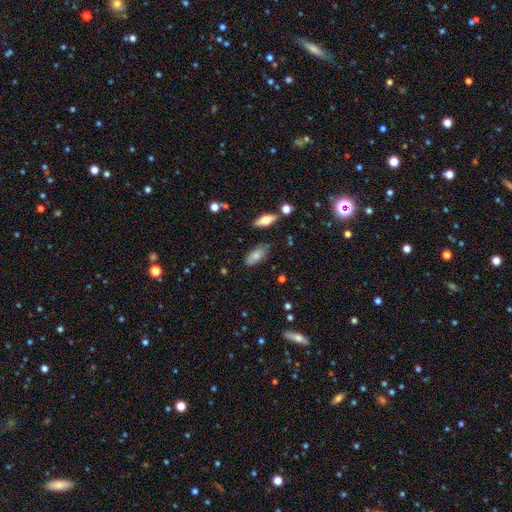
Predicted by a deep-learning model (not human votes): Overall: smooth (73%). How rounded: in between (84%). Merging: none (66%).